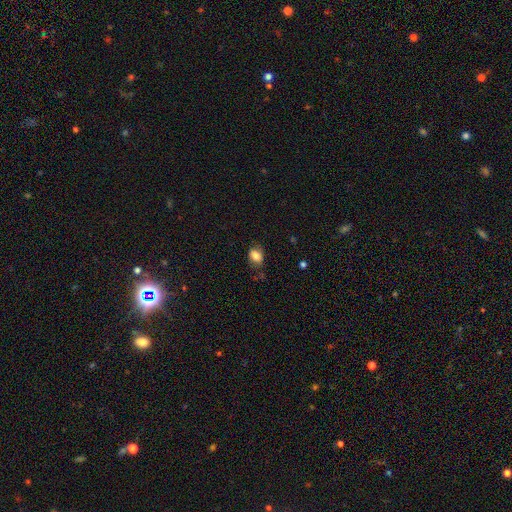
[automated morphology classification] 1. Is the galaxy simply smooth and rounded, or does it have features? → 80% smooth, 11% featured or disk, 9% star or artifact.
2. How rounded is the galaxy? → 73% in between, 25% round, 1% cigar-shaped.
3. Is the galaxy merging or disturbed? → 67% none, 24% minor disturbance, 7% major disturbance, 2% merger.